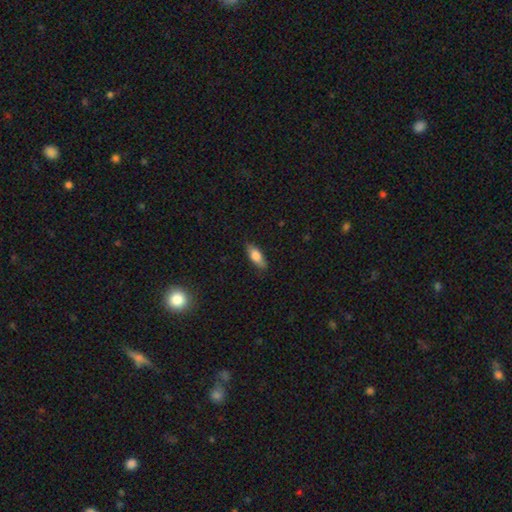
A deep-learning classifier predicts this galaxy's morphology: Smooth or featured? Predicted: smooth (p=0.75). How rounded? Predicted: in between (p=0.69). Merging? Predicted: none (p=0.84).